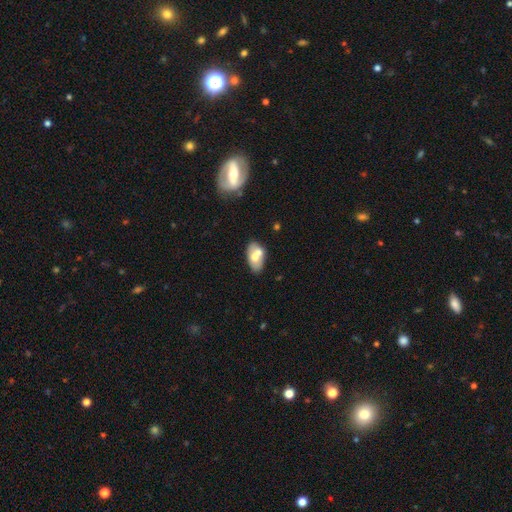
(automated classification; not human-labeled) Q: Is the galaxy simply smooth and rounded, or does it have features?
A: smooth — 58%.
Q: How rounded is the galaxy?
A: in between — 89%.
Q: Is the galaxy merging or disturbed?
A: none — 42%.